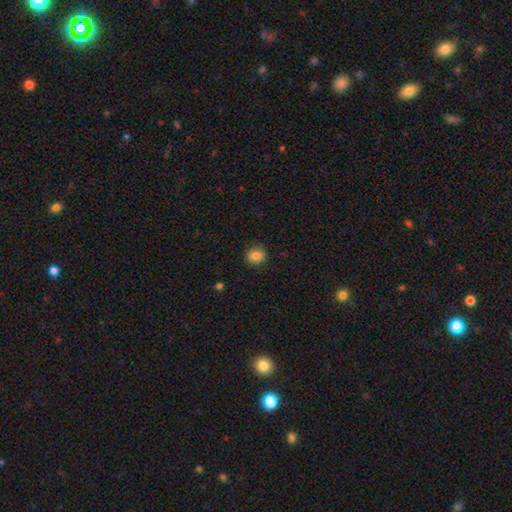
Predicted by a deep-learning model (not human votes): Smooth or featured: smooth — 83% (star or artifact — 10%)
How rounded: round — 82% (in between — 17%)
Merging: none — 89% (minor disturbance — 8%)